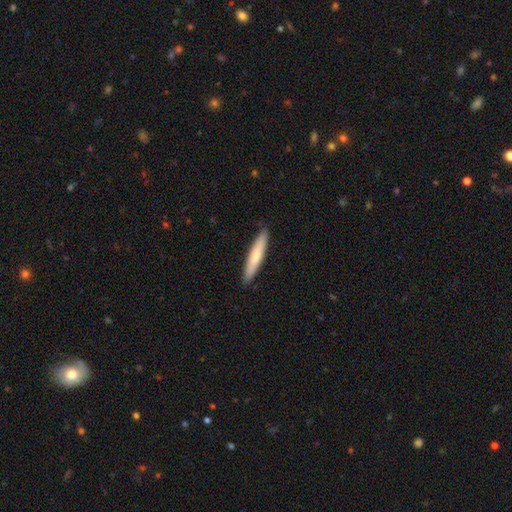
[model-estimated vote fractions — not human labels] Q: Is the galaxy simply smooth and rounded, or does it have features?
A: smooth — 70%.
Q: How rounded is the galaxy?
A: cigar-shaped — 92%.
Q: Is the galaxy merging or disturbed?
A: none — 90%.